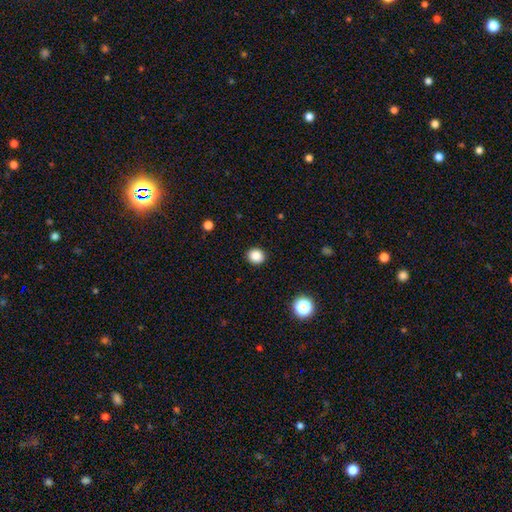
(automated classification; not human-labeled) This appears to be a smooth galaxy with no disk features (85%) that is round (85%). Merging: none (92%).